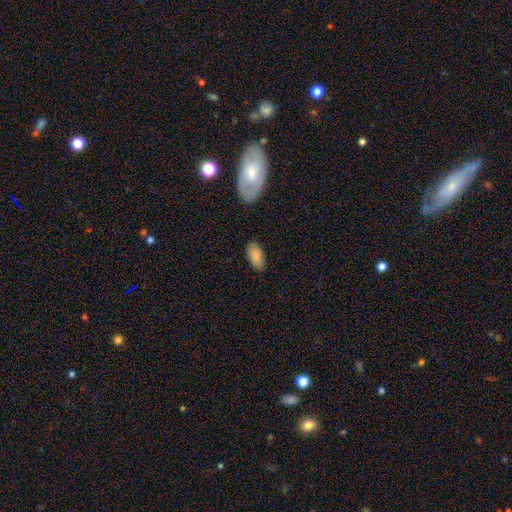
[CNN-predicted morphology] A smooth galaxy with no disk features (87%) that is in between round and cigar-shaped (92%). Merging: none (85%).